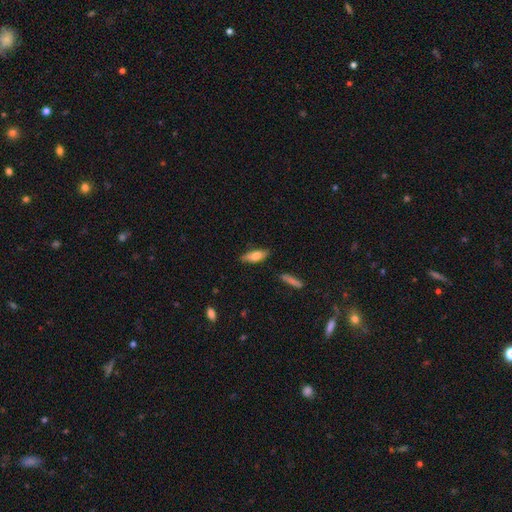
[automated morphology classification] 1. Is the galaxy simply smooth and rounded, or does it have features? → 74% smooth, 20% featured or disk, 6% star or artifact.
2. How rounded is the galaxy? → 64% in between, 34% cigar-shaped, 2% round.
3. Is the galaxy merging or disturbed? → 75% none, 19% minor disturbance, 3% major disturbance, 2% merger.